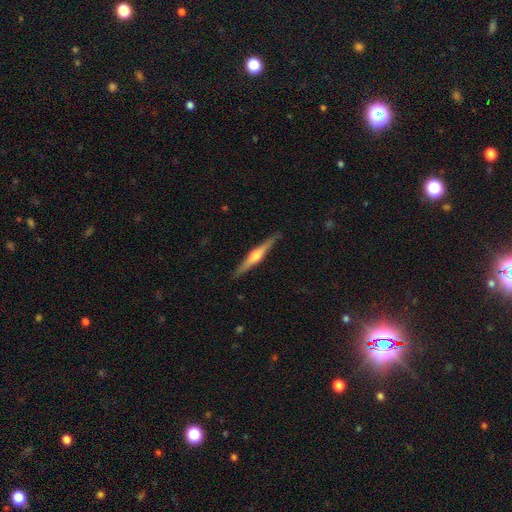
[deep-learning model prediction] Overall: featured or disk (74%). Edge-on disk: yes (98%). Edge-on bulge: rounded (90%). Merging: none (90%).